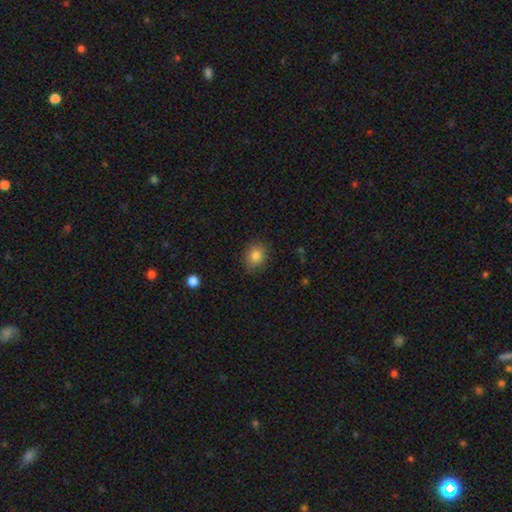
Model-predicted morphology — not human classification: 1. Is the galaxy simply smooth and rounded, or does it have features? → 83% smooth, 10% star or artifact, 7% featured or disk.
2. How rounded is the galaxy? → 58% round, 41% in between, 1% cigar-shaped.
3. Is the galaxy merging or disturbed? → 85% none, 11% minor disturbance, 3% major disturbance, 1% merger.